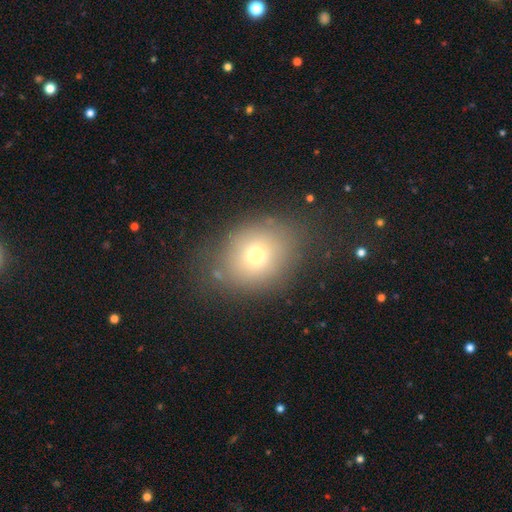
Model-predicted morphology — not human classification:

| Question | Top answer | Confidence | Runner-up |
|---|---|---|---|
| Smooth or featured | smooth | 69% | star or artifact (16%) |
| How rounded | round | 62% | in between (37%) |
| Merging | none | 74% | minor disturbance (15%) |